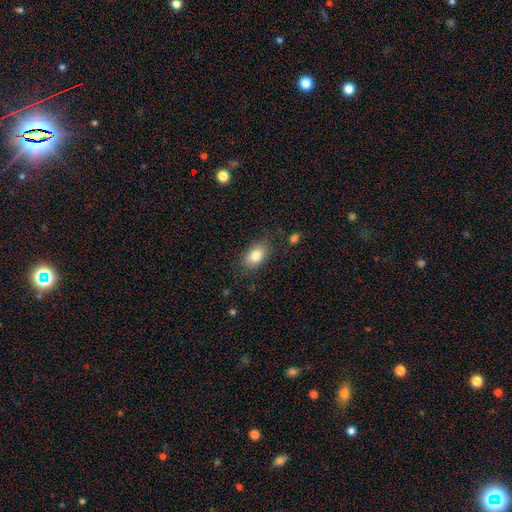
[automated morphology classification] The model was most divided on "merging": none: 80%, minor disturbance: 14%, major disturbance: 4%, merger: 2%. More confident: how rounded — in between (86%); smooth or featured — smooth (81%).